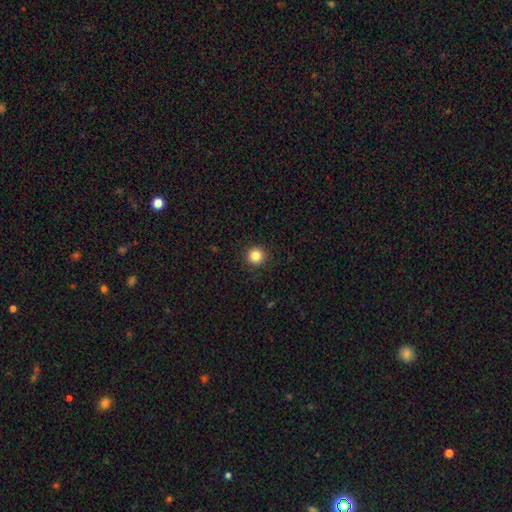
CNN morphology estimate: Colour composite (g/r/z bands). It shows a smooth galaxy with no disk features (85%) that is round (95%). Merging: none (92%).